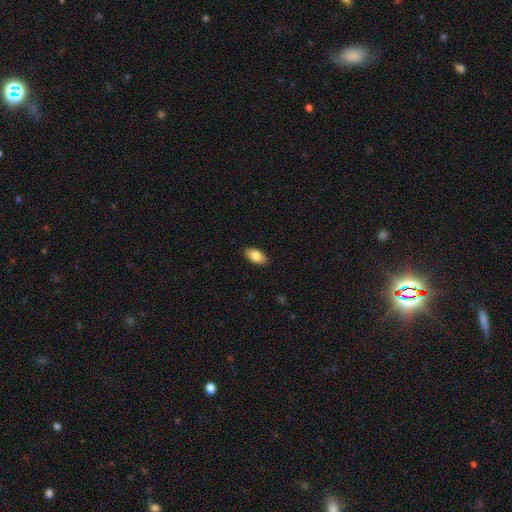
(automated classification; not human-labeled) Overall: smooth (83%). How rounded: in between (93%). Merging: none (88%).